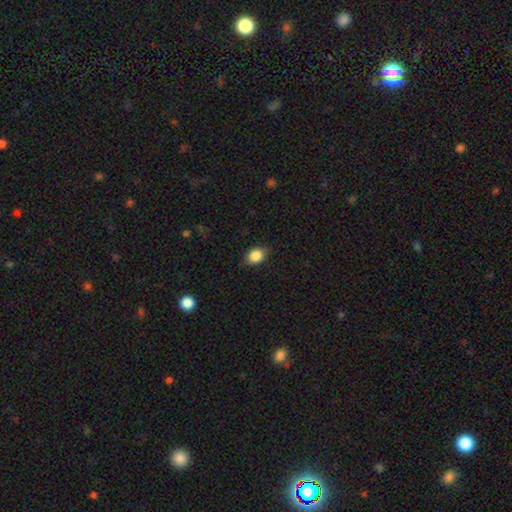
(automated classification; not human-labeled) Smooth or featured: smooth — 86% (star or artifact — 9%)
How rounded: in between — 64% (round — 34%)
Merging: none — 82% (minor disturbance — 15%)